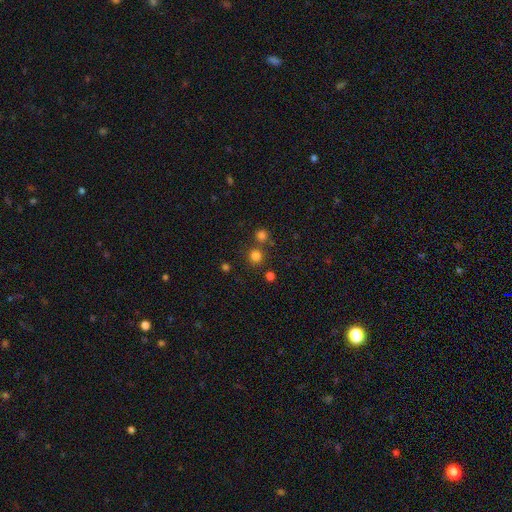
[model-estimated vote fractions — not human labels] Morphology: type=smooth (77%); roundness=round (93%); merging=none (75%).